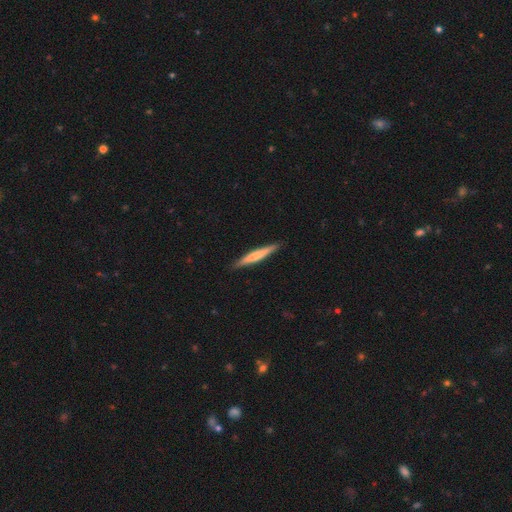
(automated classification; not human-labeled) This appears to be a smooth galaxy with no disk features (59%) that is cigar-shaped (94%). Merging: none (89%).